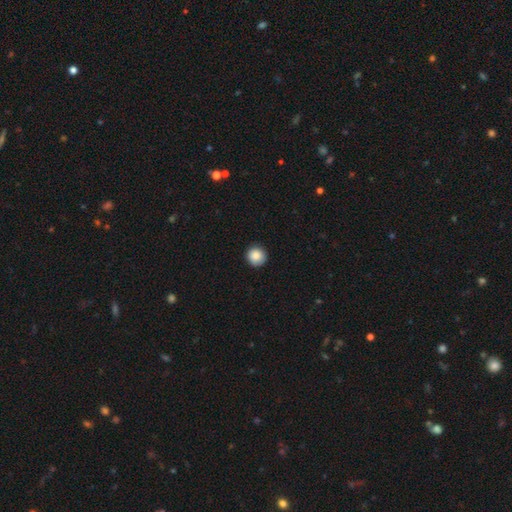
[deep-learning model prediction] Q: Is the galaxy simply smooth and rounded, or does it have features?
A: smooth — 87%.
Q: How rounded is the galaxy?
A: round — 95%.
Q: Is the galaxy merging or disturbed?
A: none — 90%.